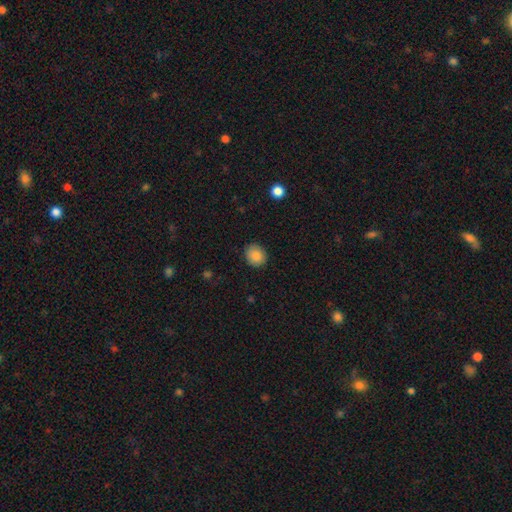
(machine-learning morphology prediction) Smooth or featured?
  - smooth: 86% *
  - star or artifact: 8%
  - featured or disk: 5%
How rounded?
  - round: 73% *
  - in between: 26%
  - cigar-shaped: 1%
Merging?
  - none: 89% *
  - minor disturbance: 8%
  - major disturbance: 2%
  - merger: 1%